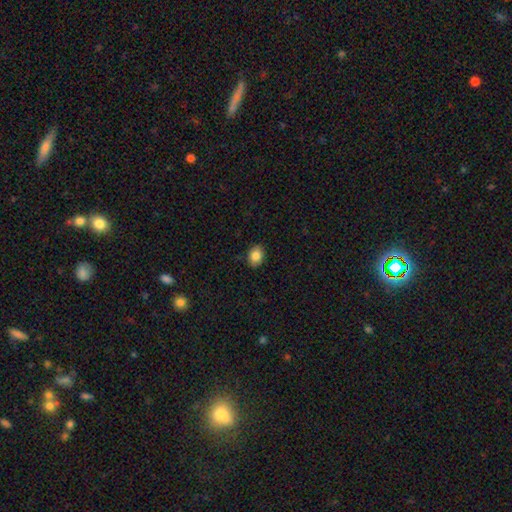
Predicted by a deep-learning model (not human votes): The model was most divided on "how rounded": in between: 57%, round: 42%, cigar-shaped: 1%. More confident: merging — none (89%); smooth or featured — smooth (84%).